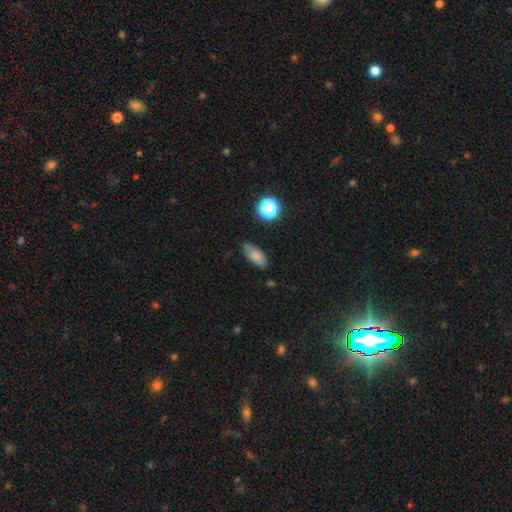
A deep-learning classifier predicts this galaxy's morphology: Smooth or featured?
  - smooth: 77% *
  - featured or disk: 14%
  - star or artifact: 10%
How rounded?
  - in between: 84% *
  - cigar-shaped: 11%
  - round: 6%
Merging?
  - none: 76% *
  - minor disturbance: 18%
  - major disturbance: 4%
  - merger: 2%